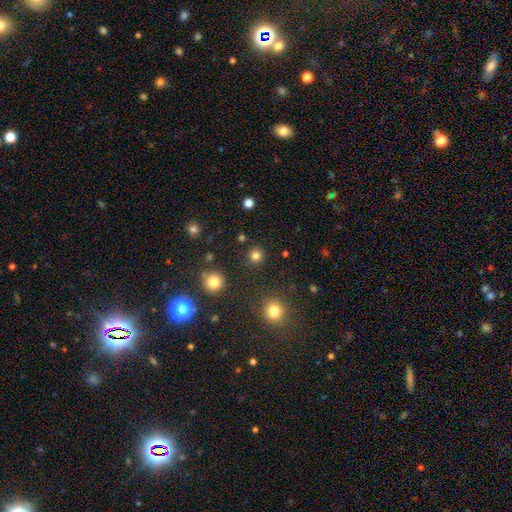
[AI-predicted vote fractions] This is clearly a smooth galaxy (81%). How rounded: clearly round (94%). Merging: clearly none (90%).